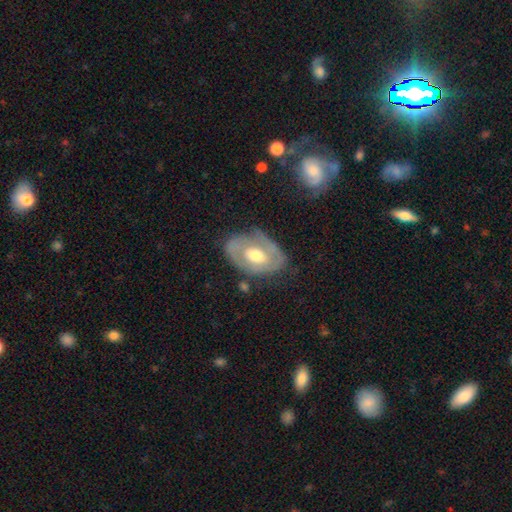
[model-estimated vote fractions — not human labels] Smooth or featured?
  - featured or disk: 68% *
  - smooth: 27%
  - star or artifact: 5%
Edge-on disk?
  - no: 94% *
  - yes: 6%
Bar?
  - no: 61% *
  - weak: 30%
  - strong: 8%
Spiral arms?
  - yes: 60% *
  - no: 40%
Bulge size?
  - moderate: 73% *
  - large: 16%
  - small: 9%
  - dominant: 1%
  - none: 1%
Merging?
  - none: 64% *
  - minor disturbance: 24%
  - major disturbance: 9%
  - merger: 3%